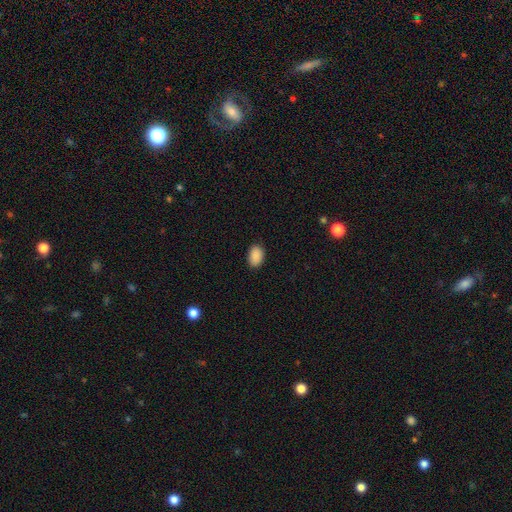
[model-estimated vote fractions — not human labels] A smooth galaxy with no disk features (90%) that is in between round and cigar-shaped (87%).

Vote fractions:
- Smooth or featured? smooth: 90% / star or artifact: 8% / featured or disk: 3%
- How rounded? in between: 87% / round: 11% / cigar-shaped: 1%
- Merging? none: 87% / minor disturbance: 10% / major disturbance: 2% / merger: 1%